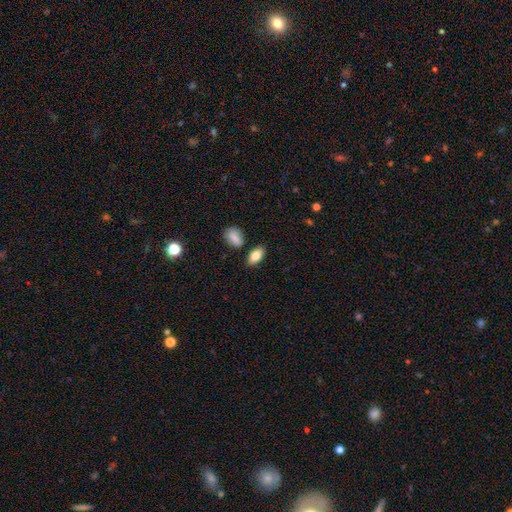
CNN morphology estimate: Smooth or featured? Predicted: smooth (p=0.83). How rounded? Predicted: in between (p=0.90). Merging? Predicted: none (p=0.82).